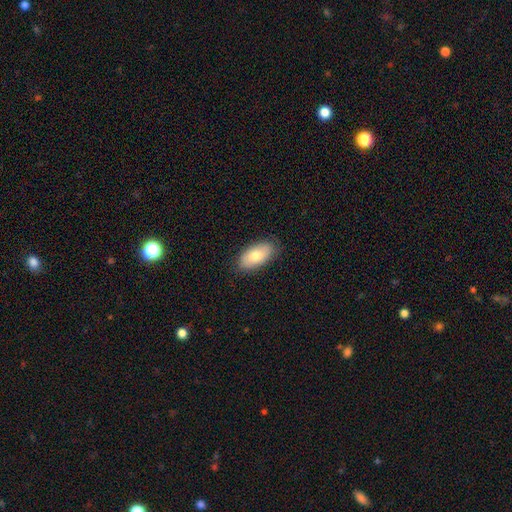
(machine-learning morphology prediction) Smooth or featured?
  - smooth: 75% *
  - featured or disk: 19%
  - star or artifact: 6%
How rounded?
  - in between: 93% *
  - cigar-shaped: 4%
  - round: 3%
Merging?
  - none: 85% *
  - minor disturbance: 12%
  - major disturbance: 2%
  - merger: 1%